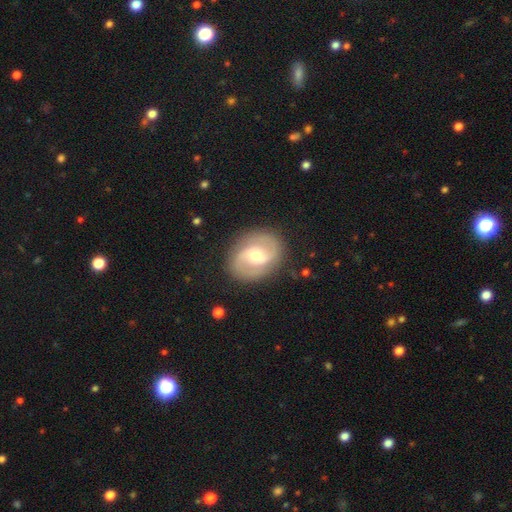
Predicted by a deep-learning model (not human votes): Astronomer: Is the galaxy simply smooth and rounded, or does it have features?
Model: featured or disk — 80%.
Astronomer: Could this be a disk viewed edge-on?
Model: no — 97%.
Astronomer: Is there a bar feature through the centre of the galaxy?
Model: weak — 48% (runner-up: no, 34%).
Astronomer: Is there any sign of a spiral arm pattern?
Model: yes — 92%.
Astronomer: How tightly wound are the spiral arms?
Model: medium — 52%.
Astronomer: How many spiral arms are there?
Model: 2 — 91%.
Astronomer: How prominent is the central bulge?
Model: moderate — 58% (runner-up: small, 36%).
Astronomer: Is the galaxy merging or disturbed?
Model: none — 86%.